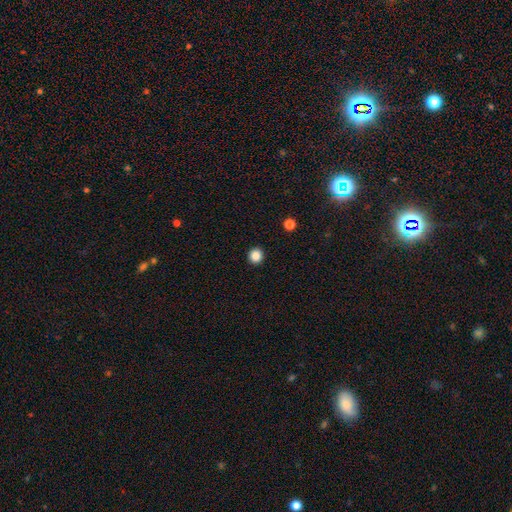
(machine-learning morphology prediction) Smooth or featured? Predicted: smooth (p=0.86). How rounded? Predicted: round (p=0.95). Merging? Predicted: none (p=0.94).